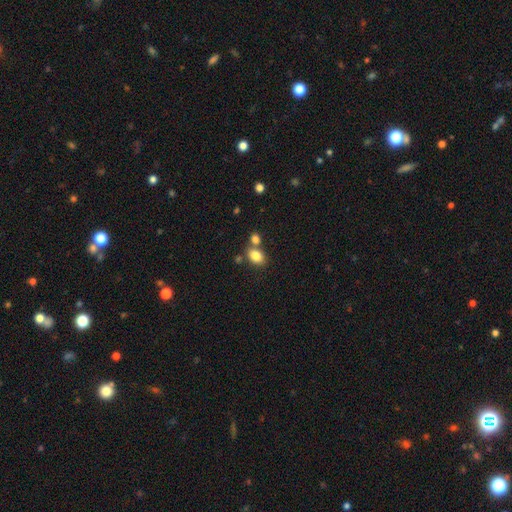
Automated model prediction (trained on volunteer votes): smooth 83%, star or artifact 10%, featured or disk 7%. Down the decision tree: how rounded — in between (75%); merging — none (58%).